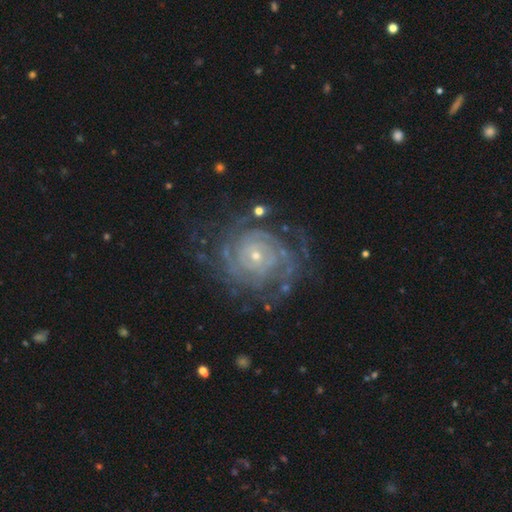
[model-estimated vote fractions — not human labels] smooth-or-featured: featured or disk: 88% | star or artifact: 6% | smooth: 5%
  disk-edge-on: no: 97% | yes: 3%
    bar: no: 75% | weak: 19% | strong: 7%
    has-spiral-arms: yes: 96% | no: 4%
      spiral-winding: tight: 80% | medium: 17% | loose: 4%
      spiral-arm-count: can't tell: 30% | 2: 23% | 3: 15% | 4: 15% | more than 4: 11% | 1: 6%
    bulge-size: small: 76% | moderate: 20% | large: 2% | none: 1% | dominant: 1%
  merging: none: 70% | minor disturbance: 16% | major disturbance: 11% | merger: 2%